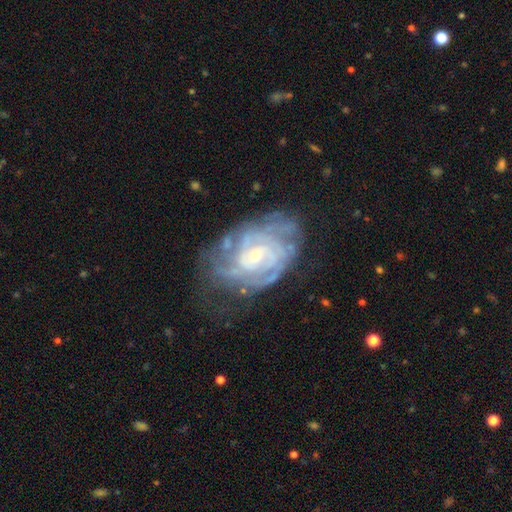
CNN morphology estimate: The model was most divided on "spiral arm count": can't tell: 33%, 2: 21%, 3: 18%, 4: 15%, more than 4: 7%, 1: 6%. More confident: edge-on disk — no (97%); spiral arms — yes (96%); smooth or featured — featured or disk (87%); spiral winding — tight (71%); bulge size — small (70%); merging — none (63%); bar — no (59%).